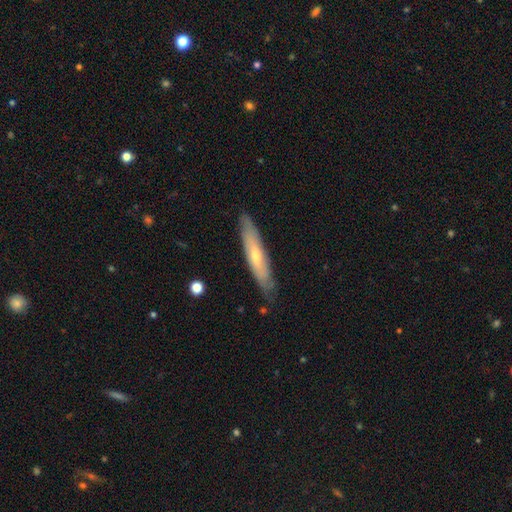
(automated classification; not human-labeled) Smooth or featured? Predicted: featured or disk (p=0.49). Merging? Predicted: none (p=0.82).